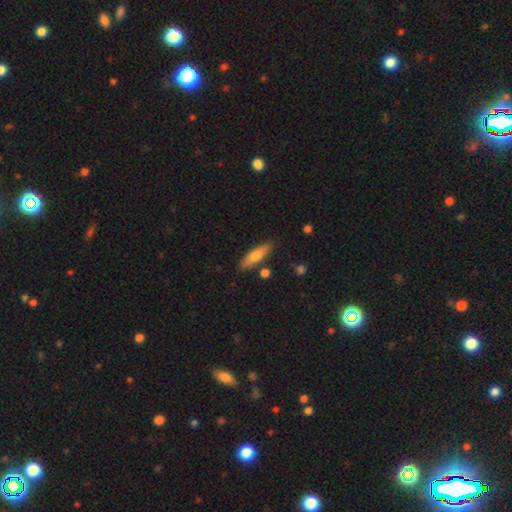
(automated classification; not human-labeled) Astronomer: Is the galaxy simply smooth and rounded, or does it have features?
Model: smooth — 63%.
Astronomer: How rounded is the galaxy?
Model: cigar-shaped — 56% (runner-up: in between, 41%).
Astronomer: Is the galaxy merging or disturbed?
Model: none — 83%.